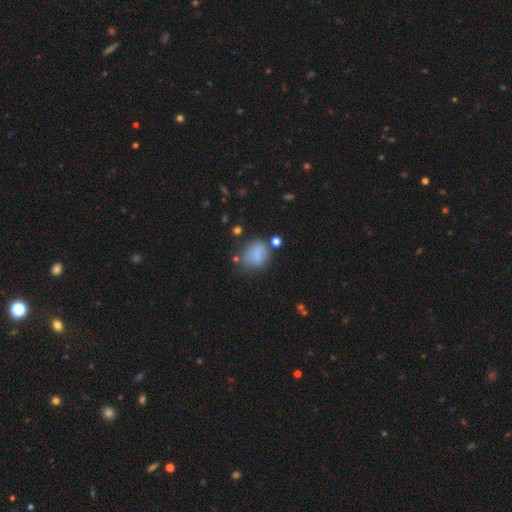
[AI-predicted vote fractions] This is likely a smooth galaxy (75%). How rounded: possibly round (49%, tied with in between). Merging: possibly none (50%).